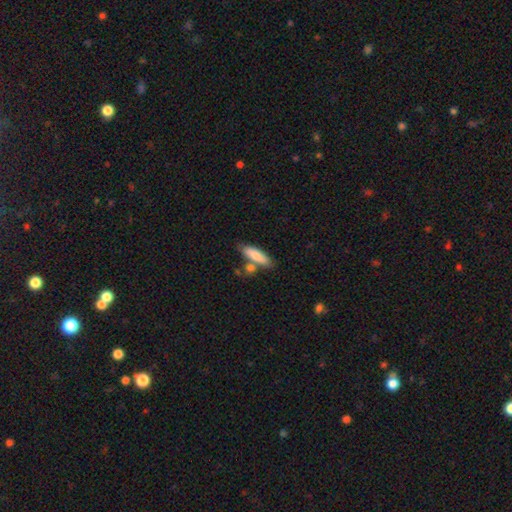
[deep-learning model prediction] smooth_or_featured: smooth (p=0.80) [alt: featured or disk p=0.14]
how_rounded: cigar-shaped (p=0.56) [alt: in between p=0.42]
merging: none (p=0.63) [alt: merger p=0.19]